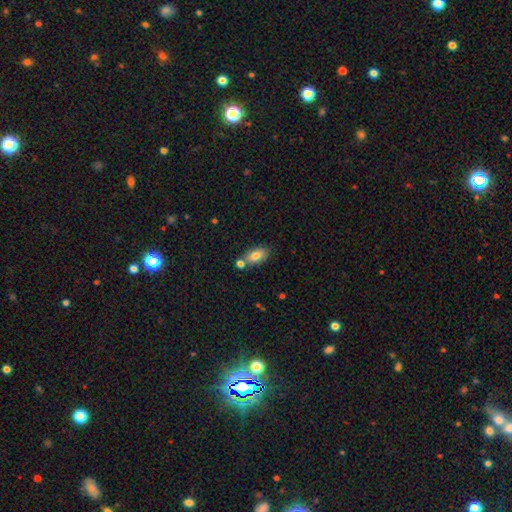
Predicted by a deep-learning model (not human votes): Morphology: type=smooth (77%); roundness=in between (89%); merging=none (65%).